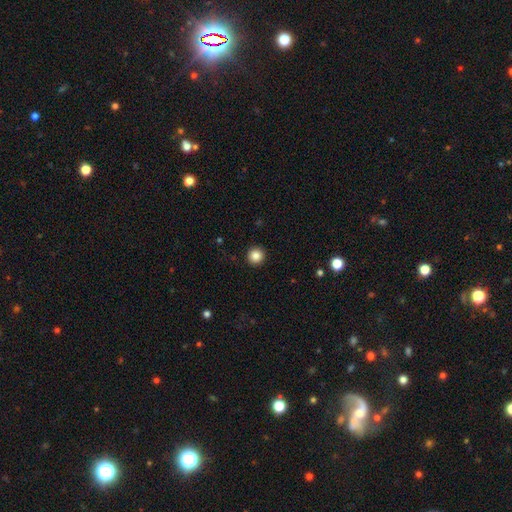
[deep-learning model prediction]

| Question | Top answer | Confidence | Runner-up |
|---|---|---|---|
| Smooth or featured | smooth | 86% | star or artifact (10%) |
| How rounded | round | 96% | in between (3%) |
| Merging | none | 93% | minor disturbance (4%) |